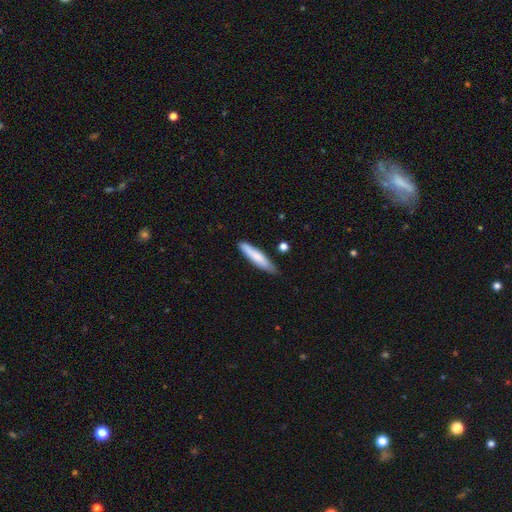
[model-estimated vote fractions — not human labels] Q: Smooth or featured?
A: smooth (78%); runner-up: featured or disk (16%)
Q: How rounded?
A: cigar-shaped (85%); runner-up: in between (14%)
Q: Merging?
A: none (78%); runner-up: minor disturbance (17%)